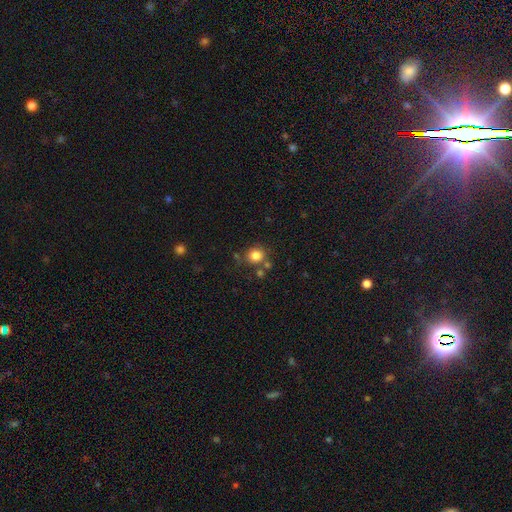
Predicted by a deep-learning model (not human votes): Overall: smooth (82%). How rounded: round (87%). Merging: none (73%).